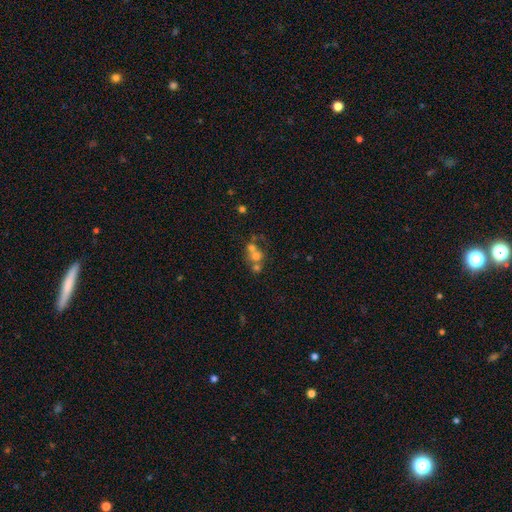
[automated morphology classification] Smooth or featured? smooth (57%)
How rounded? round (75%)
Merging? merger (56%)